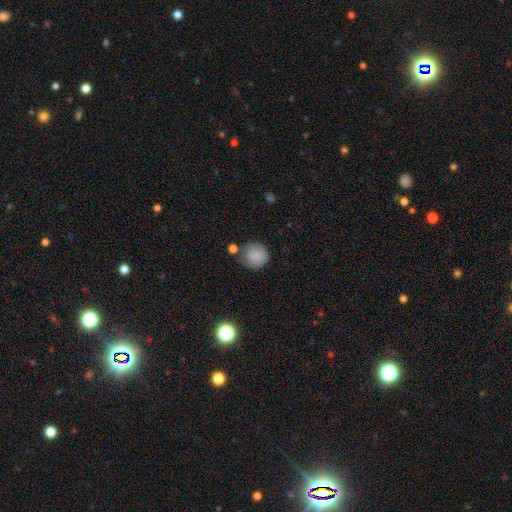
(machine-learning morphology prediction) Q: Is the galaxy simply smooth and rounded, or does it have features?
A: smooth — 83%.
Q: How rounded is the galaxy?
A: round — 90%.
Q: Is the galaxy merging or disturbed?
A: none — 65%.